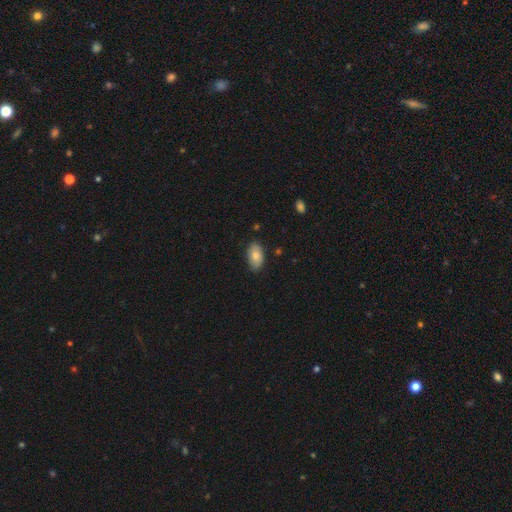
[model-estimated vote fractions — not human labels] This is clearly a smooth galaxy (80%). How rounded: clearly in between (94%). Merging: clearly none (83%).